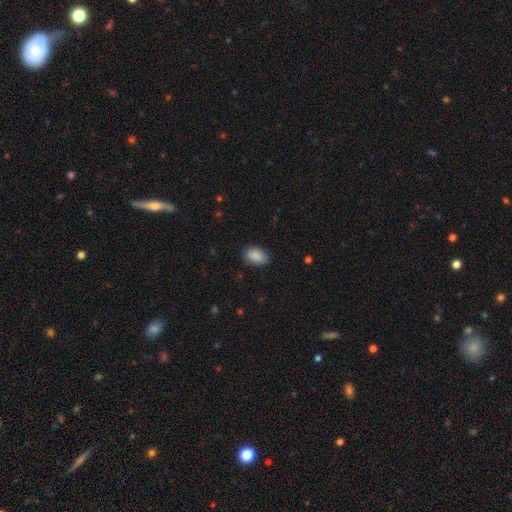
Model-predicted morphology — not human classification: A smooth galaxy with no disk features (88%) that is in between round and cigar-shaped (86%). Merging: none (79%).